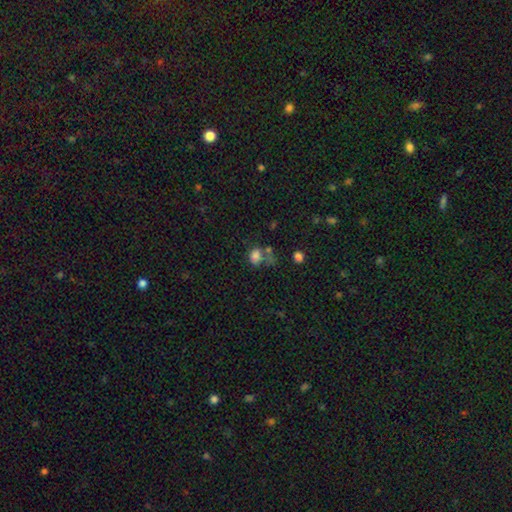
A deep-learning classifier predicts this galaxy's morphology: A smooth galaxy with no disk features (77%) that is in between round and cigar-shaped (62%).

Vote fractions:
- Smooth or featured? smooth: 77% / star or artifact: 14% / featured or disk: 9%
- How rounded? in between: 62% / round: 37% / cigar-shaped: 1%
- Merging? none: 35% / merger: 30% / minor disturbance: 18% / major disturbance: 16%